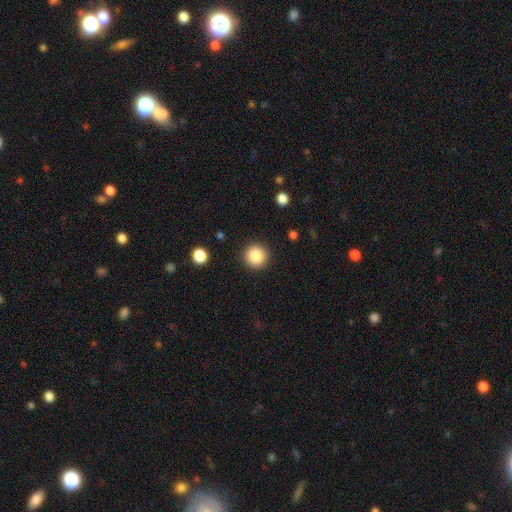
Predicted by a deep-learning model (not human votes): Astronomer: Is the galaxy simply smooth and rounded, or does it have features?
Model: smooth — 86%.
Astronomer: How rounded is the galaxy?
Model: round — 95%.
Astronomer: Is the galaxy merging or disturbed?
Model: none — 91%.